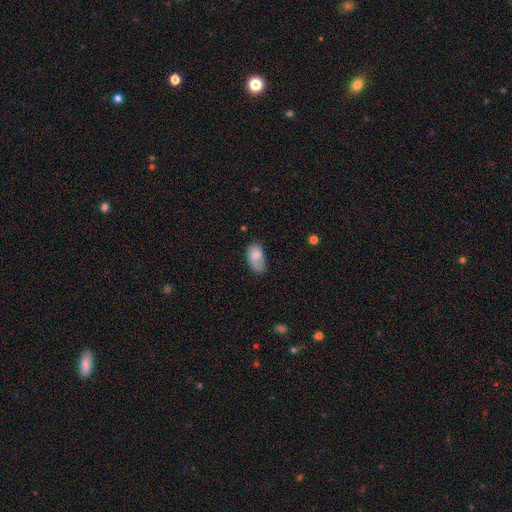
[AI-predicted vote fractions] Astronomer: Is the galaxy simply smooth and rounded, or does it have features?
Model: smooth — 81%.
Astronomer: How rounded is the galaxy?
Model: in between — 92%.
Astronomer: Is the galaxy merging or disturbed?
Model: none — 47% (runner-up: minor disturbance, 37%).